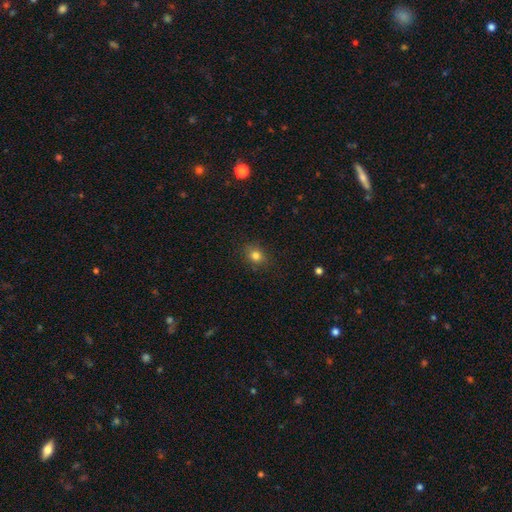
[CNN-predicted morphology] The model was most divided on "how rounded": round: 66%, in between: 33%, cigar-shaped: 1%. More confident: merging — none (86%); smooth or featured — smooth (81%).